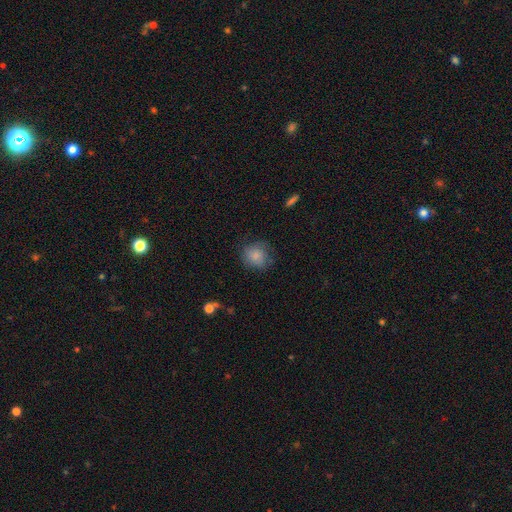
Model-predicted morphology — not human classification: A smooth galaxy with no disk features (83%) that is round (83%). Merging: none (69%).